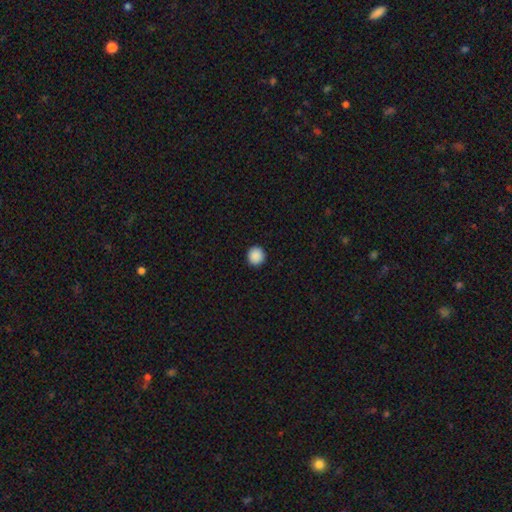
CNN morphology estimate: type=smooth (89%); roundness=round (94%); merging=none (93%).